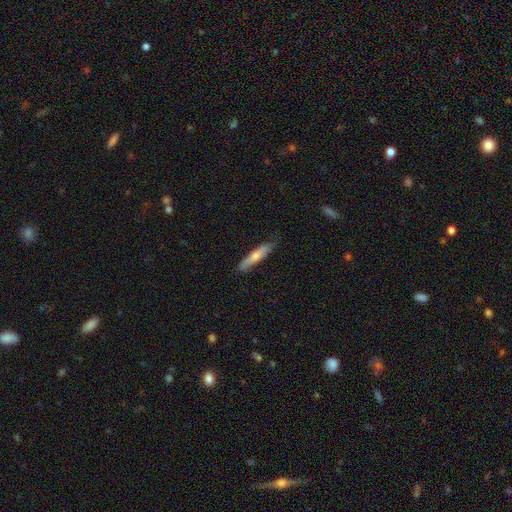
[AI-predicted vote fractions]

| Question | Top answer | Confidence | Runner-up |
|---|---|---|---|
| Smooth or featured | smooth | 61% | featured or disk (33%) |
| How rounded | cigar-shaped | 87% | in between (11%) |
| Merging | none | 81% | minor disturbance (16%) |